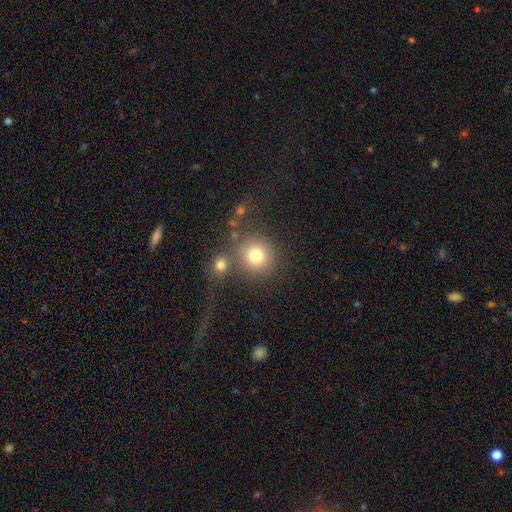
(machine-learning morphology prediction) smooth 77%, star or artifact 13%, featured or disk 10%. Down the decision tree: how rounded — round (90%); merging — none (66%).